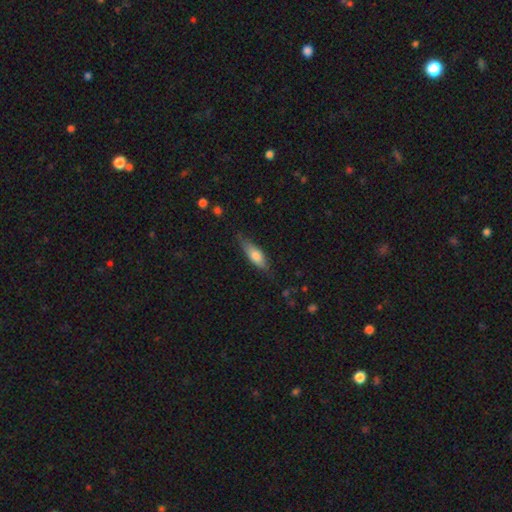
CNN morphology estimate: A smooth galaxy with no disk features (69%) that is in between round and cigar-shaped (61%). Merging: none (68%).